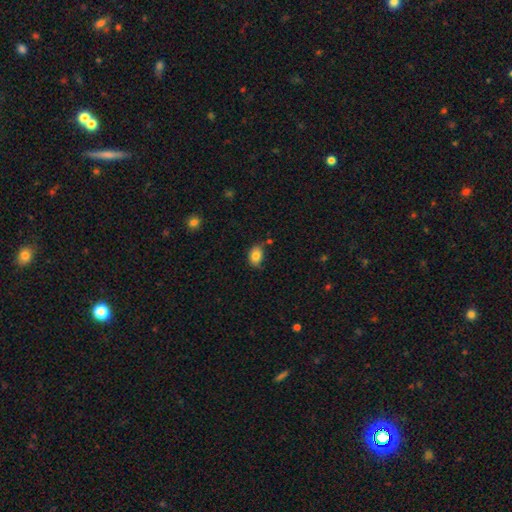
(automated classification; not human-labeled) Smooth or featured? smooth (83%)
How rounded? in between (79%)
Merging? none (72%)